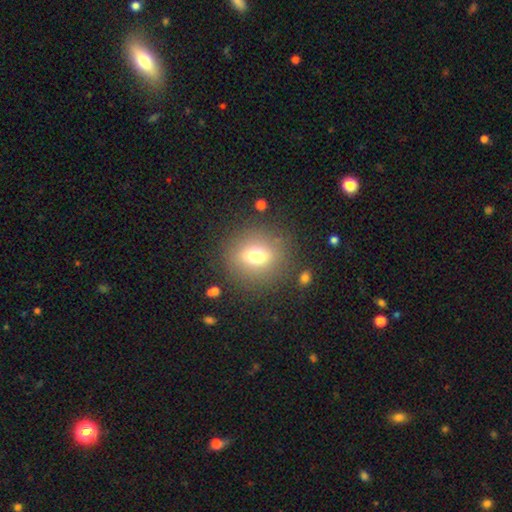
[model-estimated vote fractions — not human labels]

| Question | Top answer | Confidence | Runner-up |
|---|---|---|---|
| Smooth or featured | smooth | 67% | featured or disk (18%) |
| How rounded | round | 78% | in between (21%) |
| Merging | none | 83% | minor disturbance (10%) |